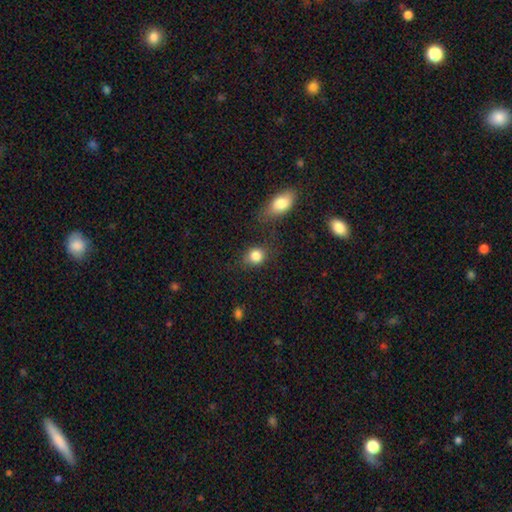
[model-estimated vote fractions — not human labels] smooth-or-featured: smooth: 84% | star or artifact: 10% | featured or disk: 6%
  how-rounded: round: 69% | in between: 30% | cigar-shaped: 2%
  merging: none: 73% | minor disturbance: 15% | merger: 7% | major disturbance: 5%